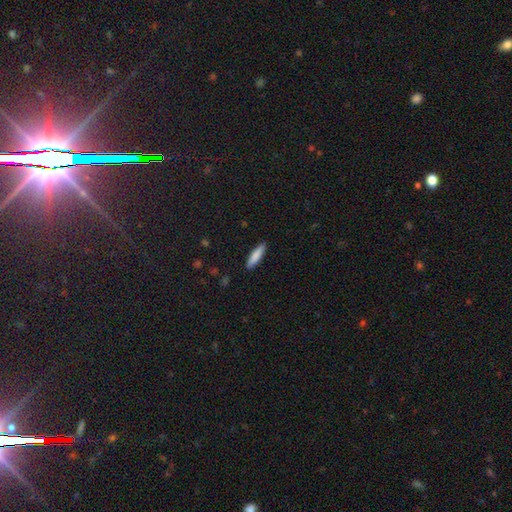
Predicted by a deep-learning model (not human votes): Smooth or featured?
  - smooth: 84% *
  - featured or disk: 10%
  - star or artifact: 6%
How rounded?
  - cigar-shaped: 74% *
  - in between: 24%
  - round: 1%
Merging?
  - none: 90% *
  - minor disturbance: 8%
  - major disturbance: 2%
  - merger: 1%